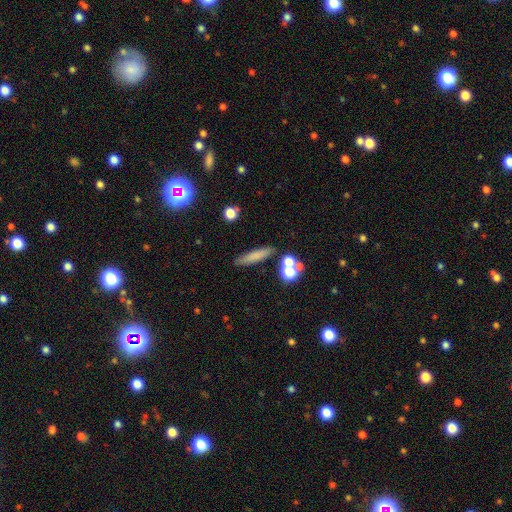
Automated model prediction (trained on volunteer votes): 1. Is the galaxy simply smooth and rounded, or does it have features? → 72% smooth, 18% featured or disk, 10% star or artifact.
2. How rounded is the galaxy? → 83% cigar-shaped, 13% in between, 3% round.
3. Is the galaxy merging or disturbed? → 80% none, 9% minor disturbance, 8% merger, 3% major disturbance.